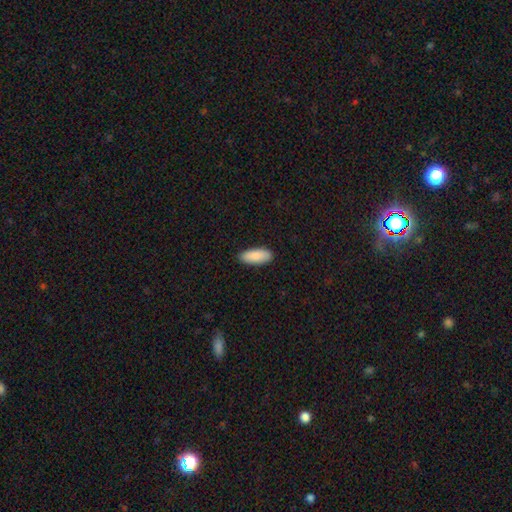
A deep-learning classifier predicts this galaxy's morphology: Smooth or featured: smooth — 89% (star or artifact — 6%)
How rounded: in between — 83% (cigar-shaped — 16%)
Merging: none — 88% (minor disturbance — 9%)